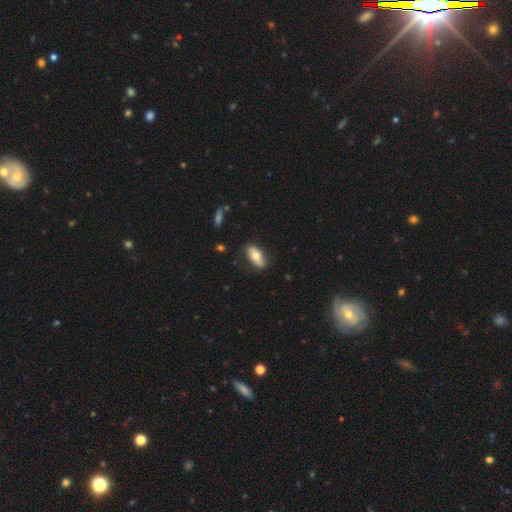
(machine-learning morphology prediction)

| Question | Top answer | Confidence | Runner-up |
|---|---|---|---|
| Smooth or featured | smooth | 63% | featured or disk (31%) |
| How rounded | in between | 81% | cigar-shaped (16%) |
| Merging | none | 79% | minor disturbance (17%) |